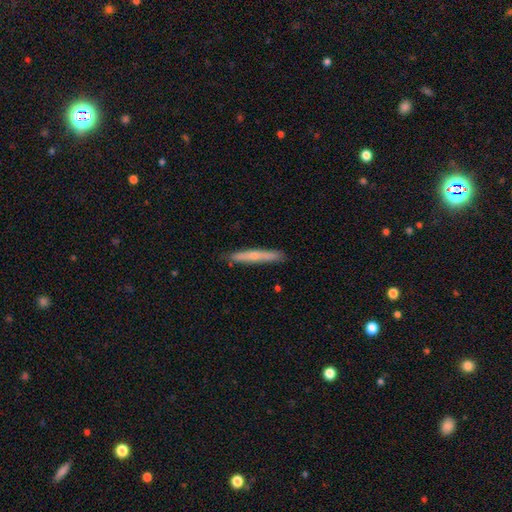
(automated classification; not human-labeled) This is possibly a smooth galaxy (57%). How rounded: clearly cigar-shaped (95%). Merging: clearly none (86%).